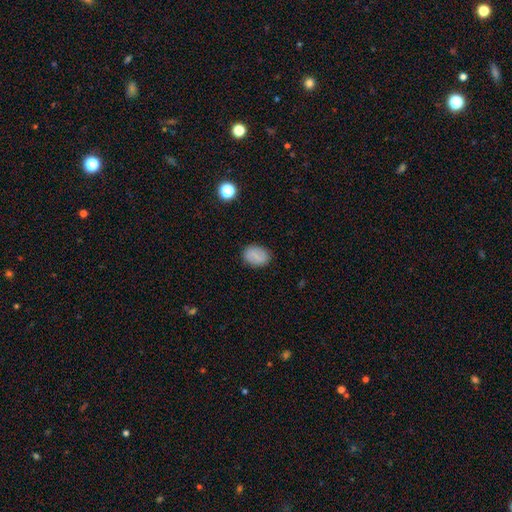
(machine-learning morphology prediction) Smooth or featured? smooth (76%)
How rounded? in between (73%)
Merging? none (86%)